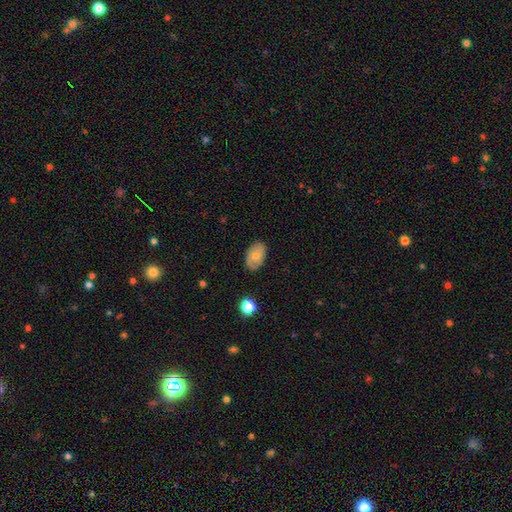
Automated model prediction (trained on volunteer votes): This appears to be a smooth galaxy with no disk features (66%) that is in between round and cigar-shaped (90%). Merging: none (81%).